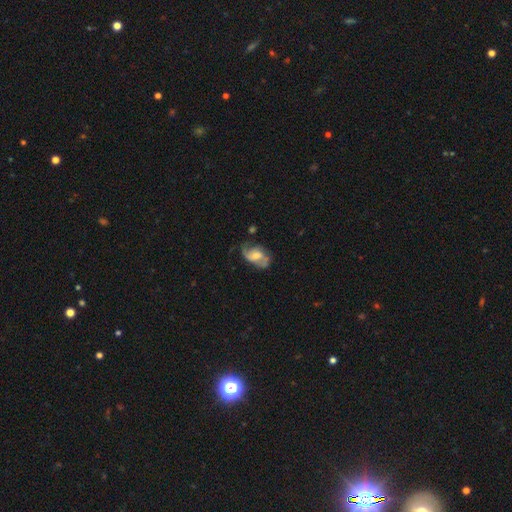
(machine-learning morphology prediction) A featured or disk galaxy (66%) with no bar (47%), 2 (75%) medium (43%) spiral arms (83%) and a moderate central bulge (41%). Merging: none (45%).